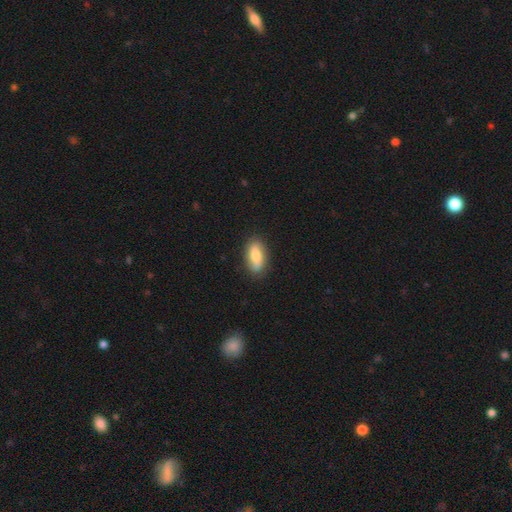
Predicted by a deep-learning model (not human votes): Smooth or featured?
  - smooth: 68% *
  - featured or disk: 25%
  - star or artifact: 6%
How rounded?
  - in between: 83% *
  - cigar-shaped: 13%
  - round: 4%
Merging?
  - none: 85% *
  - minor disturbance: 12%
  - major disturbance: 2%
  - merger: 1%